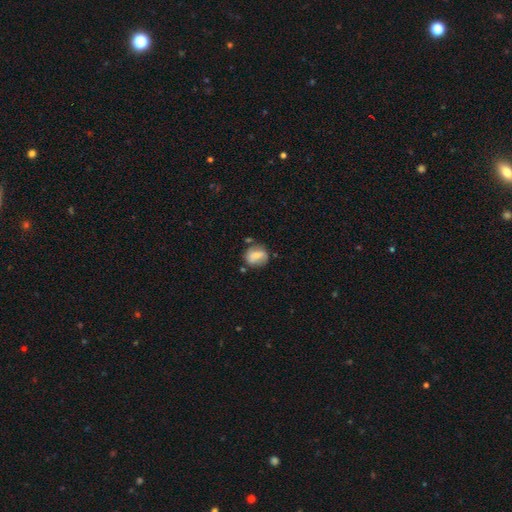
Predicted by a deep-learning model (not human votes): This appears to be a smooth galaxy with no disk features (63%) that is round (61%). Merging: none (59%).